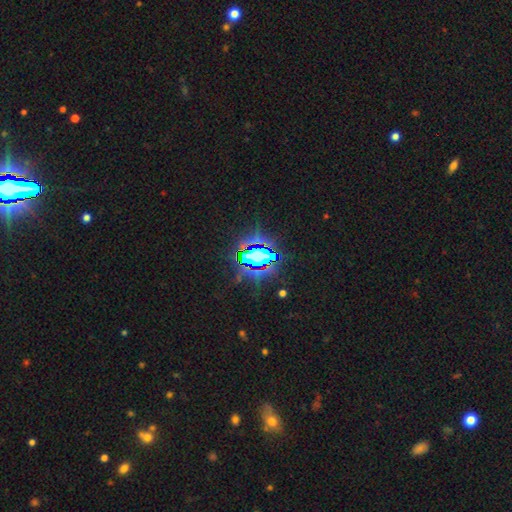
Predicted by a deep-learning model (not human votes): Morphology: type=star or artifact (70%).